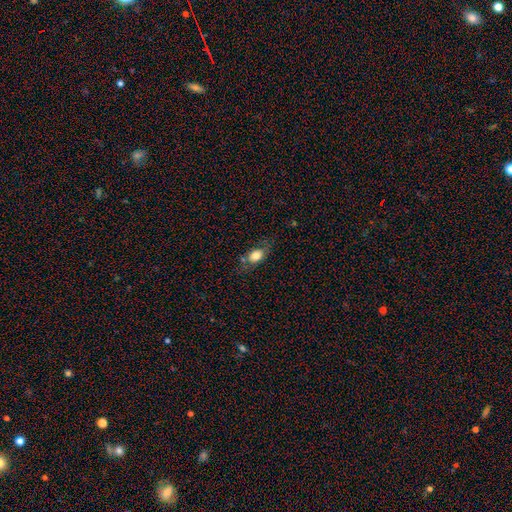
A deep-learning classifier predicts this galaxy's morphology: smooth-or-featured: smooth: 75% | featured or disk: 16% | star or artifact: 9%
  how-rounded: in between: 79% | round: 17% | cigar-shaped: 4%
  merging: none: 62% | minor disturbance: 24% | major disturbance: 9% | merger: 5%